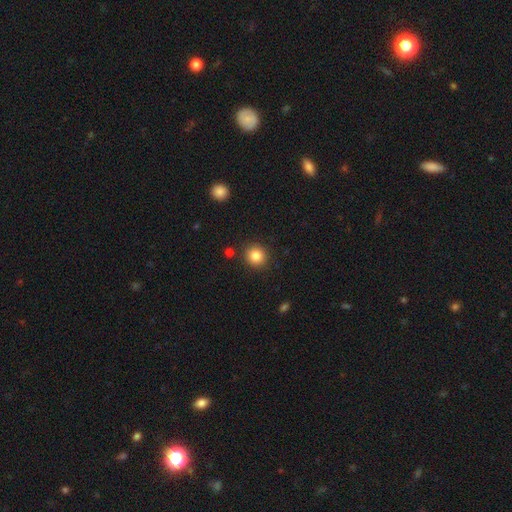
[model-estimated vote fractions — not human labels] Morphology: type=smooth (85%); roundness=round (90%); merging=none (89%).